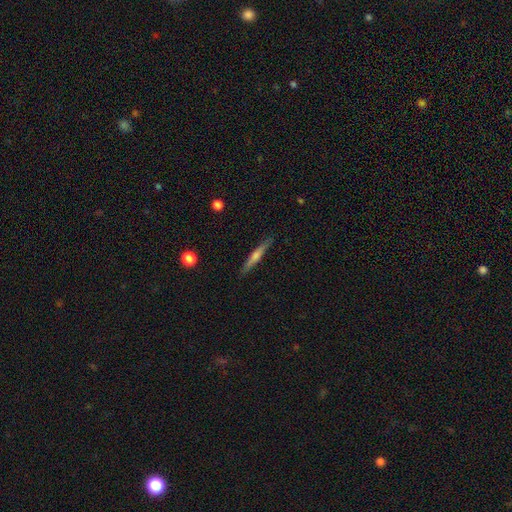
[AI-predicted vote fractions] A featured or disk galaxy (55%) viewed edge-on (97%) with a rounded central bulge (65%). Merging: none (89%).